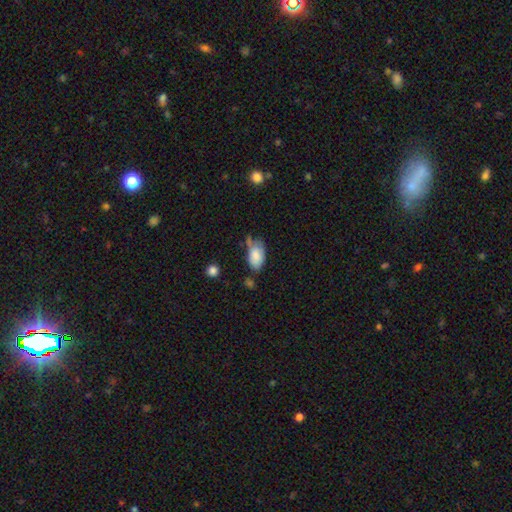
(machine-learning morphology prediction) Smooth or featured? Predicted: smooth (p=0.82). How rounded? Predicted: in between (p=0.94). Merging? Predicted: none (p=0.42).